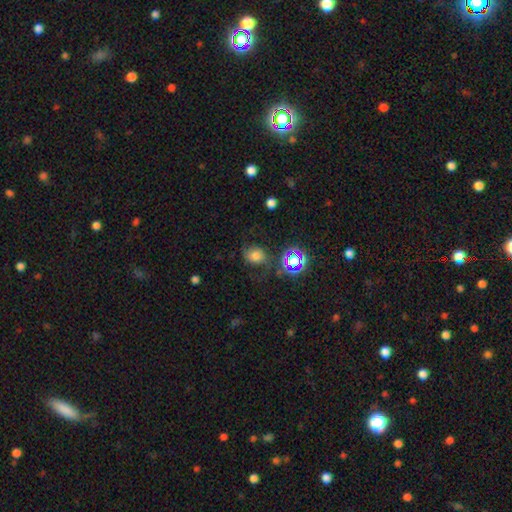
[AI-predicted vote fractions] A smooth galaxy with no disk features (54%) that is round (60%). Merging: none (56%).